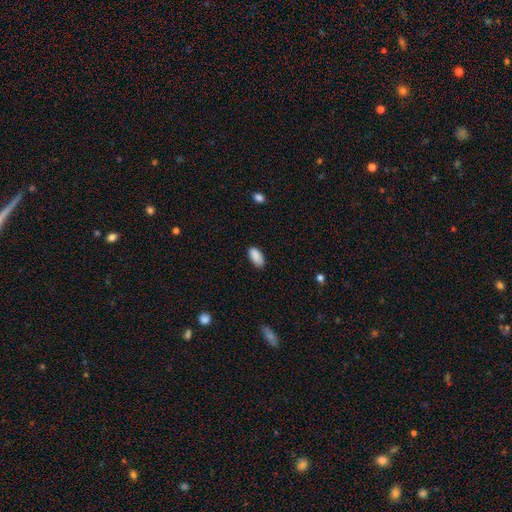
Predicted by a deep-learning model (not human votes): smooth_or_featured: smooth (p=0.89) [alt: star or artifact p=0.07]
how_rounded: in between (p=0.93) [alt: cigar-shaped p=0.04]
merging: none (p=0.80) [alt: minor disturbance p=0.16]